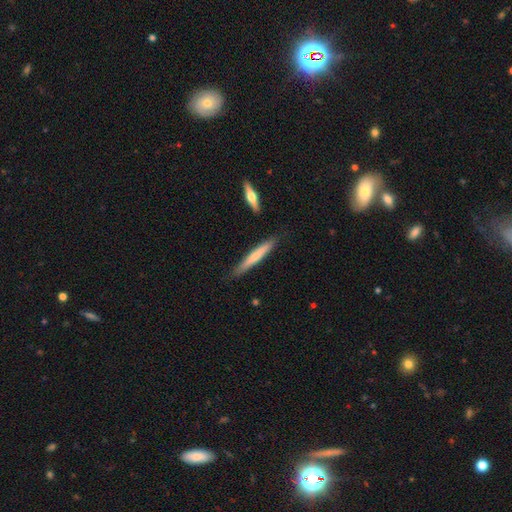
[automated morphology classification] Overall: smooth (59%; featured or disk 35%). How rounded: cigar-shaped (94%). Merging: none (83%).